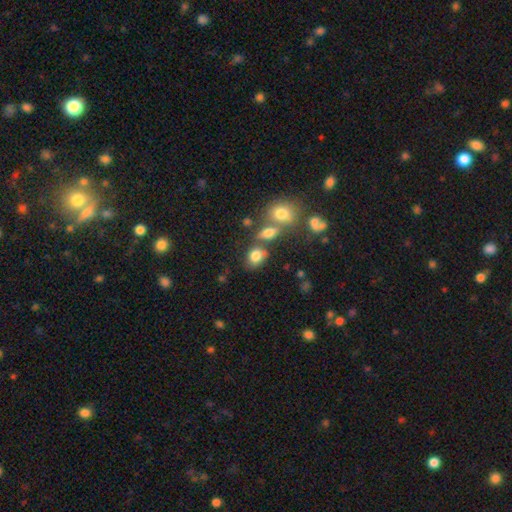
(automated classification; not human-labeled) The model was most divided on "how rounded": in between: 57%, round: 41%, cigar-shaped: 2%. More confident: smooth or featured — smooth (80%); merging — none (55%).